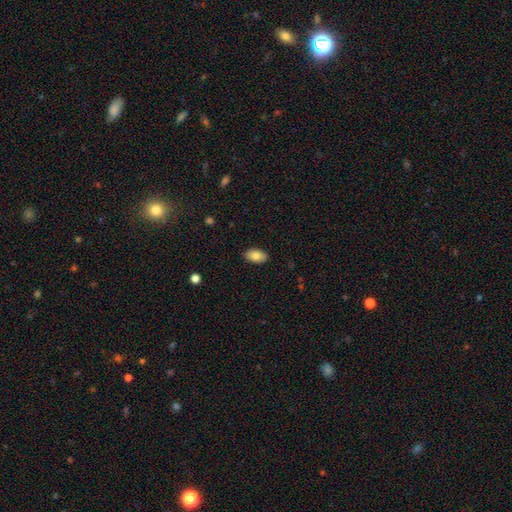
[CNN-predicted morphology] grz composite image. It shows a smooth galaxy with no disk features (80%) that is in between round and cigar-shaped (93%). Merging: none (89%).